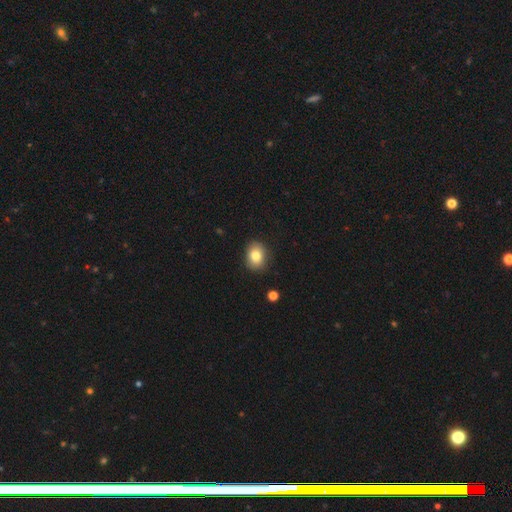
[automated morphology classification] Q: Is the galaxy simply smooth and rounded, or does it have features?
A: smooth — 82%.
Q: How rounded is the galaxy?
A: in between — 55%.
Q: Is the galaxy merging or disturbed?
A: none — 87%.